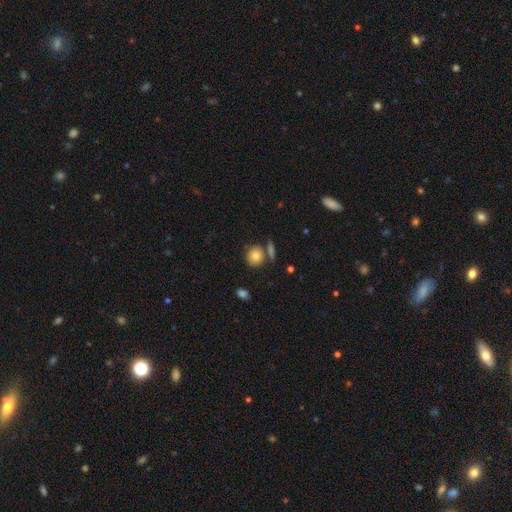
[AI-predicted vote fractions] Smooth or featured: smooth — 82% (featured or disk — 9%)
How rounded: round — 80% (in between — 19%)
Merging: none — 70% (merger — 15%)